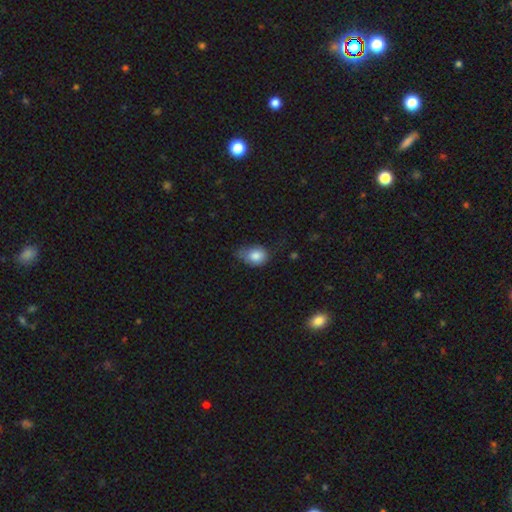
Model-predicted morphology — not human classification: This appears to be a smooth galaxy with no disk features (82%) that is in between round and cigar-shaped (68%). Merging: minor disturbance (45%).